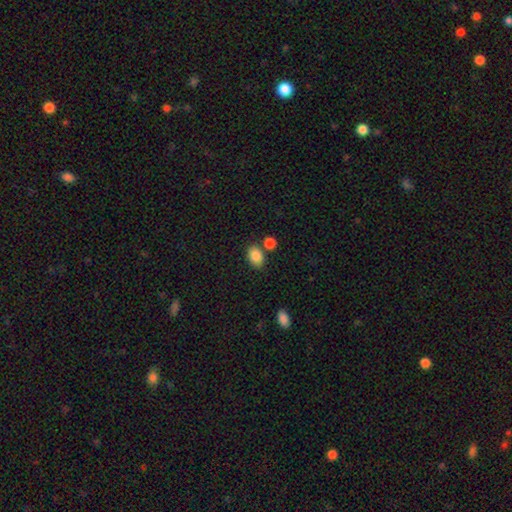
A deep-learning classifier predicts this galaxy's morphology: Smooth or featured: smooth — 87% (star or artifact — 8%)
How rounded: in between — 81% (round — 18%)
Merging: none — 71% (merger — 14%)